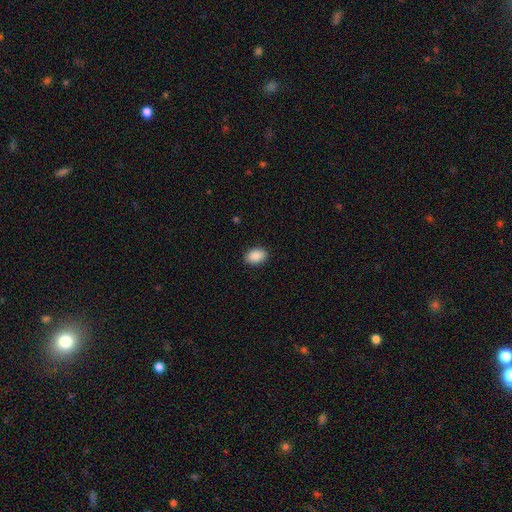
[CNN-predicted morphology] smooth 90%, star or artifact 7%, featured or disk 3%. Down the decision tree: how rounded — in between (85%); merging — none (90%).